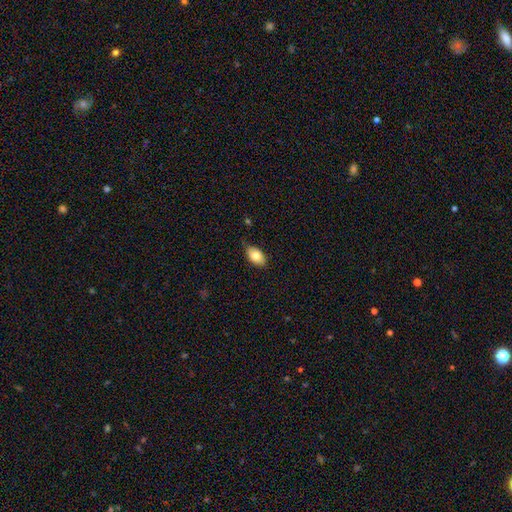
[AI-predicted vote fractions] Morphology: type=smooth (81%); roundness=in between (92%); merging=none (80%).